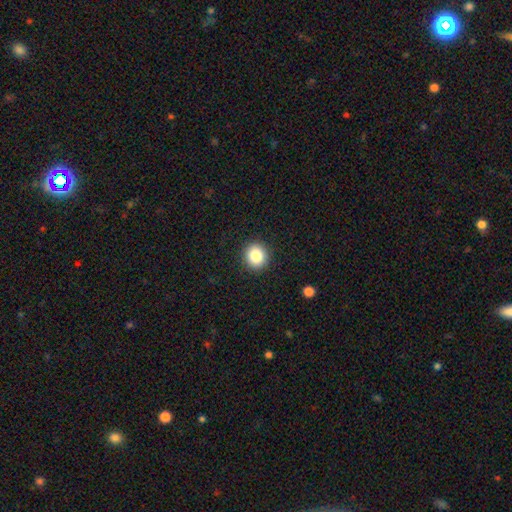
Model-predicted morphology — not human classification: The model was most divided on "smooth or featured": smooth: 85%, star or artifact: 10%, featured or disk: 6%. More confident: merging — none (92%); how rounded — round (88%).